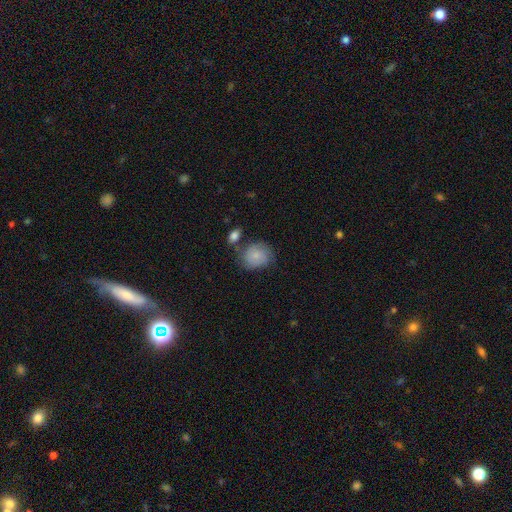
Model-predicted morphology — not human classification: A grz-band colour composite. It shows a smooth galaxy with no disk features (70%) that is round (73%). Merging: none (58%).